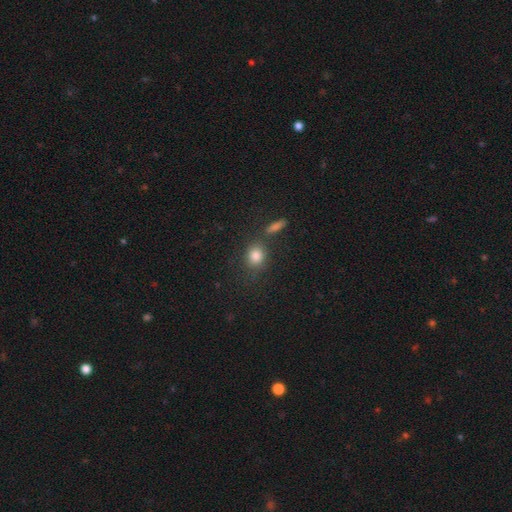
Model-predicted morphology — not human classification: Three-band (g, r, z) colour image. It shows a smooth galaxy with no disk features (83%) that is round (70%). Merging: none (70%).